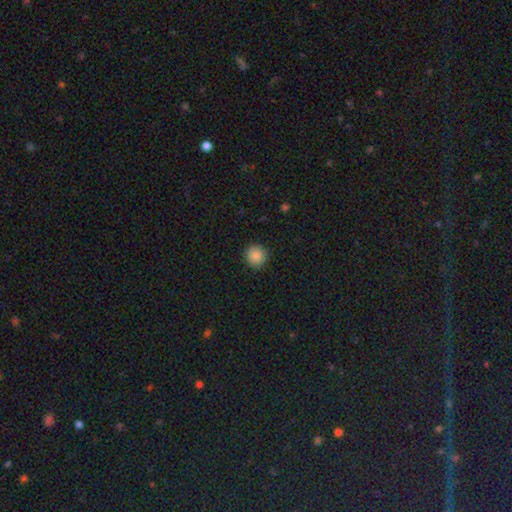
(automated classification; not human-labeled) This is clearly a smooth galaxy (87%). How rounded: clearly round (93%). Merging: clearly none (91%).